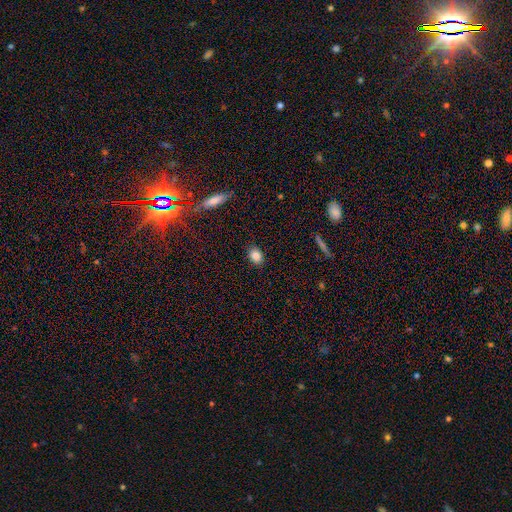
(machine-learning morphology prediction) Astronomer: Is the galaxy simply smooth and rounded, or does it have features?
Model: smooth — 83%.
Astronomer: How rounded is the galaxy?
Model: in between — 63%.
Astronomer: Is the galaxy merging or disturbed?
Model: none — 88%.